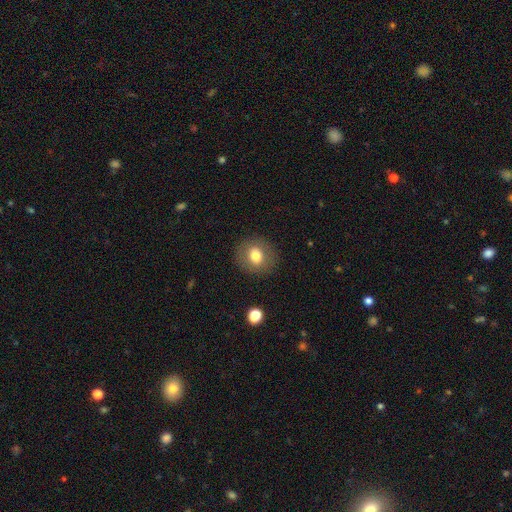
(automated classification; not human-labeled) This appears to be a smooth galaxy with no disk features (75%) that is round (74%). Merging: none (87%).